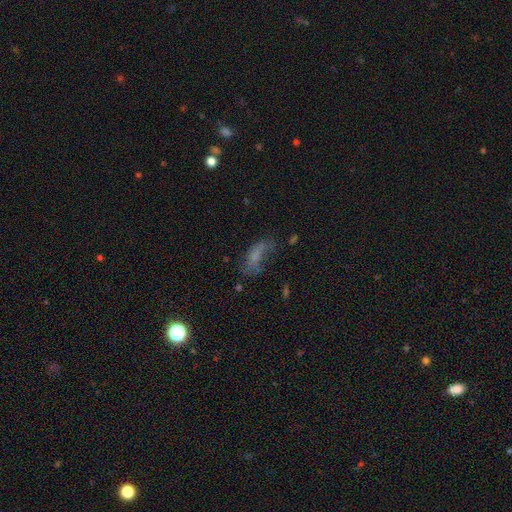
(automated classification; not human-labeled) Smooth or featured: smooth — 54% (featured or disk — 29%)
How rounded: in between — 74% (cigar-shaped — 21%)
Merging: none — 39% (major disturbance — 29%)